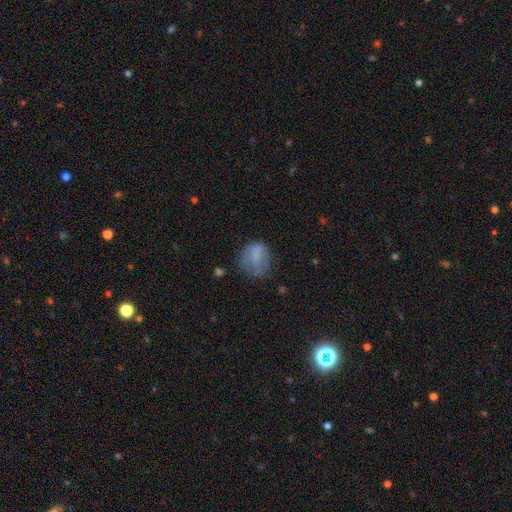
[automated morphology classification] Smooth or featured: smooth — 66% (featured or disk — 23%)
How rounded: round — 59% (in between — 40%)
Merging: none — 48% (minor disturbance — 28%)